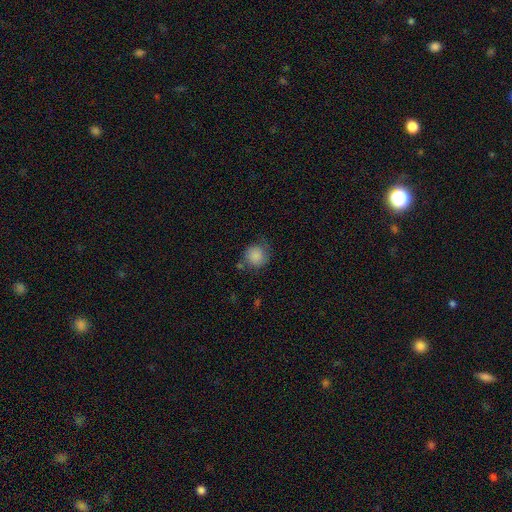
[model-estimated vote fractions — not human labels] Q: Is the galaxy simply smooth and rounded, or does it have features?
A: smooth — 84%.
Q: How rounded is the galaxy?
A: round — 89%.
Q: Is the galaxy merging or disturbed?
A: none — 67%.